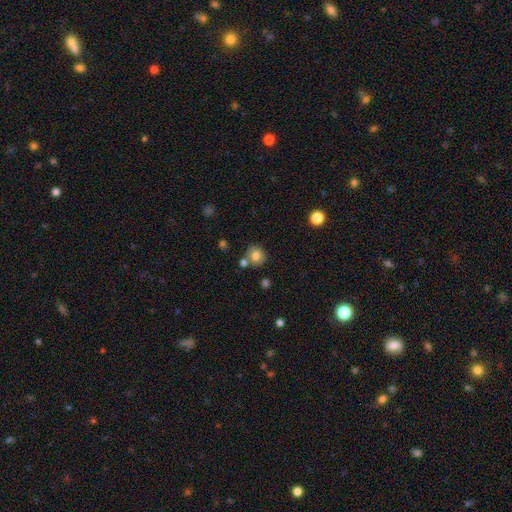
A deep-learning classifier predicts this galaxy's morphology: Overall: smooth (76%). How rounded: round (81%). Merging: none (68%).